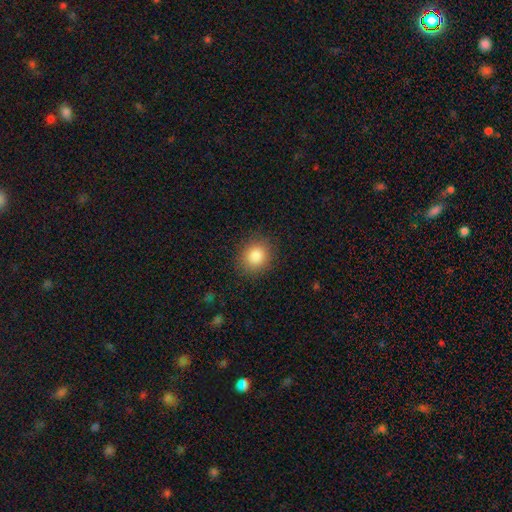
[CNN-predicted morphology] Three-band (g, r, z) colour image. It shows a smooth galaxy with no disk features (86%) that is round (74%). Merging: none (87%).